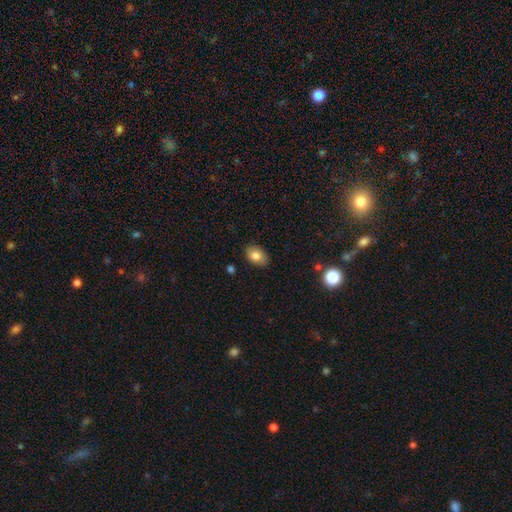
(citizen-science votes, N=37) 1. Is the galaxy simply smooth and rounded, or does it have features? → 84% smooth, 11% featured or disk, 5% star or artifact.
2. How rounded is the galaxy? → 90% in between, 10% round, 0% cigar-shaped.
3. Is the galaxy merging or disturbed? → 97% none, 3% minor disturbance, 0% major disturbance, 0% merger.